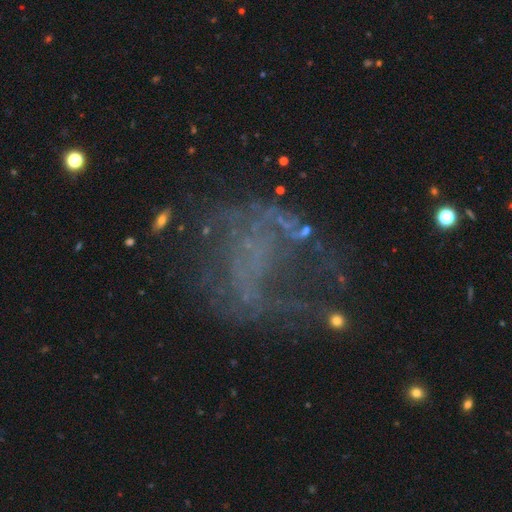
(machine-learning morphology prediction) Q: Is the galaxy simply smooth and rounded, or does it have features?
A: featured or disk — 58%.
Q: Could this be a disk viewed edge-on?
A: no — 97%.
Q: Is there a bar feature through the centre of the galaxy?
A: no — 75%.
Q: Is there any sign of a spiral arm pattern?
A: no — 58%.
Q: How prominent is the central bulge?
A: none — 82%.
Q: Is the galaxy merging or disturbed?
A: none — 40%.